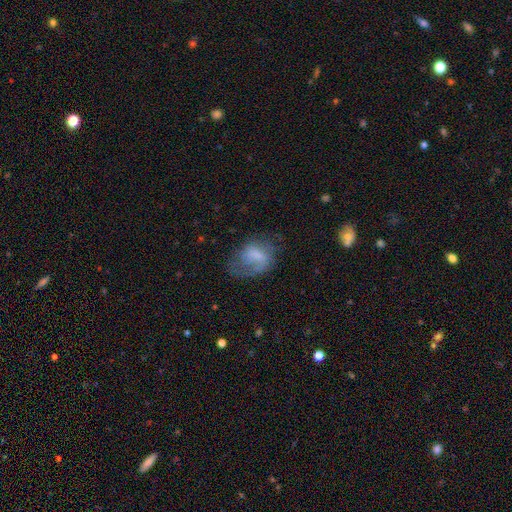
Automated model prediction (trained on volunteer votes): The model was most divided on "merging": none: 37%, major disturbance: 36%, minor disturbance: 25%, merger: 2%. Remaining: smooth or featured — smooth (49%).